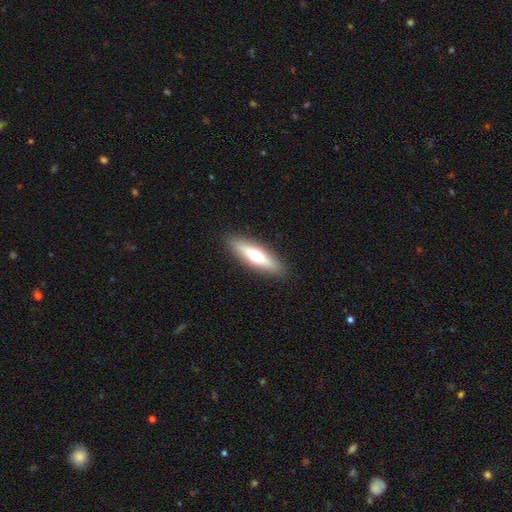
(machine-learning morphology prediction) A smooth galaxy with no disk features (52%) that is cigar-shaped (67%).

Vote fractions:
- Smooth or featured? smooth: 52% / featured or disk: 42% / star or artifact: 6%
- How rounded? cigar-shaped: 67% / in between: 31% / round: 2%
- Merging? none: 90% / minor disturbance: 7% / major disturbance: 2% / merger: 1%